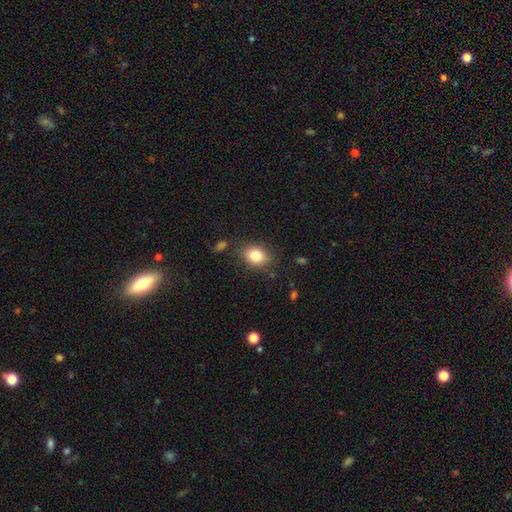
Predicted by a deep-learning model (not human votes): smooth 82%, star or artifact 10%, featured or disk 9%. Down the decision tree: how rounded — in between (63%); merging — none (82%).